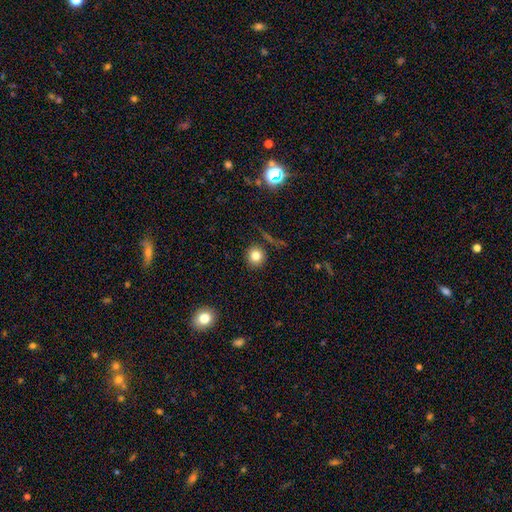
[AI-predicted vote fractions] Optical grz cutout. It shows a smooth galaxy with no disk features (80%) that is round (92%). Merging: none (85%).